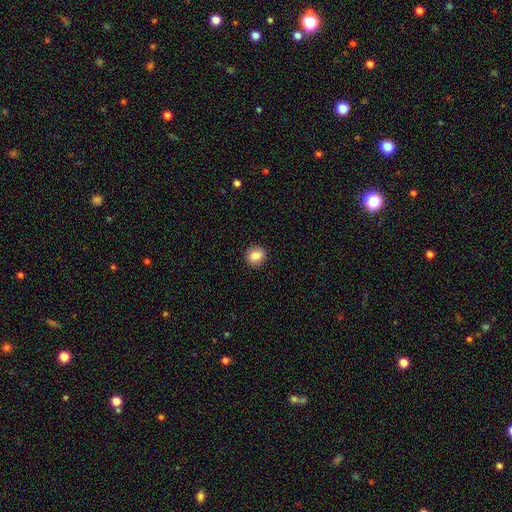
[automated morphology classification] Overall: smooth (85%). How rounded: round (78%). Merging: none (90%).